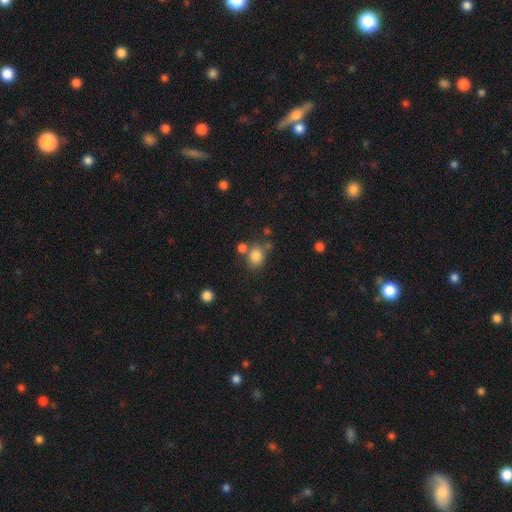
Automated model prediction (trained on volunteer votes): This is clearly a smooth galaxy (82%). How rounded: likely round (65%). Merging: likely none (60%).